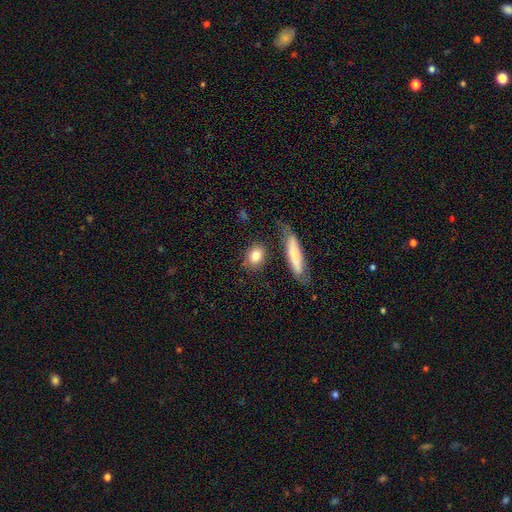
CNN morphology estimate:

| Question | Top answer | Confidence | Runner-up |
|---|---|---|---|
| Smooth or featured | smooth | 82% | featured or disk (11%) |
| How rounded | in between | 50% | round (42%) |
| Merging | none | 77% | minor disturbance (13%) |